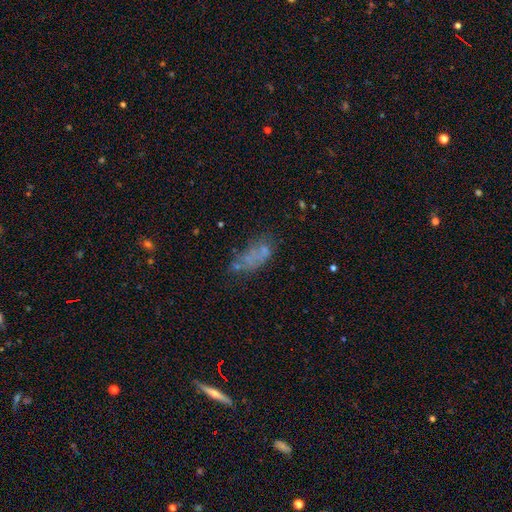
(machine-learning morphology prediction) Overall: smooth (48%; featured or disk 32%). Merging: none (46%; minor disturbance 20%).